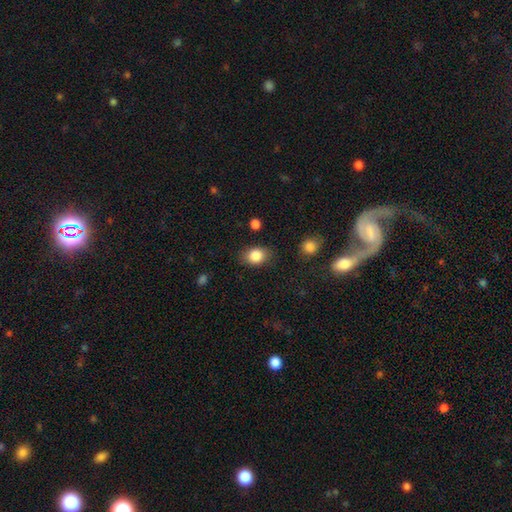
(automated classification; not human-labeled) Q: Smooth or featured?
A: smooth (85%); runner-up: star or artifact (9%)
Q: How rounded?
A: in between (63%); runner-up: round (36%)
Q: Merging?
A: none (81%); runner-up: minor disturbance (13%)